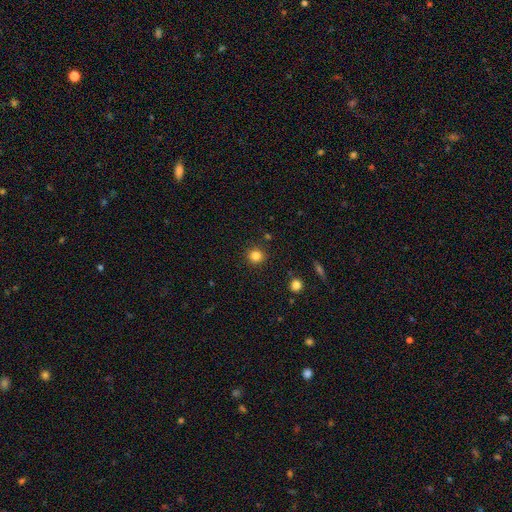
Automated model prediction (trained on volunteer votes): Morphology: type=smooth (83%); roundness=round (93%); merging=none (90%).